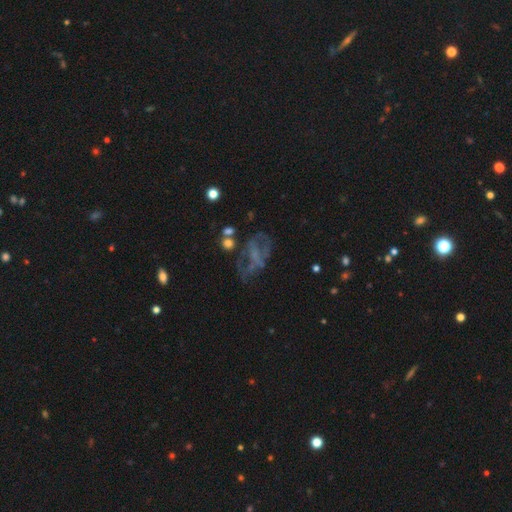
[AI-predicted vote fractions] smooth_or_featured: featured or disk (p=0.58) [alt: smooth p=0.22]
disk_edge_on: no (p=0.95) [alt: yes p=0.05]
bar: no (p=0.60) [alt: weak p=0.28]
has_spiral_arms: no (p=0.62) [alt: yes p=0.38]
bulge_size: none (p=0.60) [alt: small p=0.22]
merging: none (p=0.42) [alt: major disturbance p=0.32]